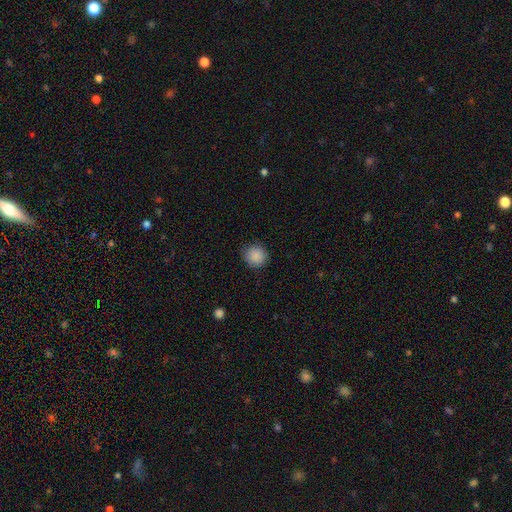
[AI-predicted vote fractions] Overall: smooth (88%). How rounded: round (93%). Merging: none (88%).